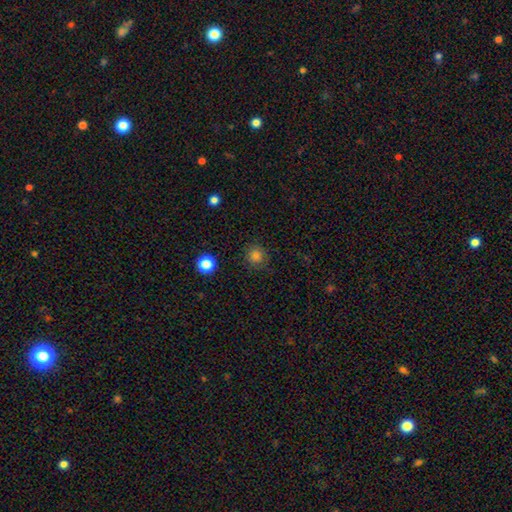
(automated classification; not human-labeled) Morphology: type=smooth (81%); roundness=round (94%); merging=none (88%).